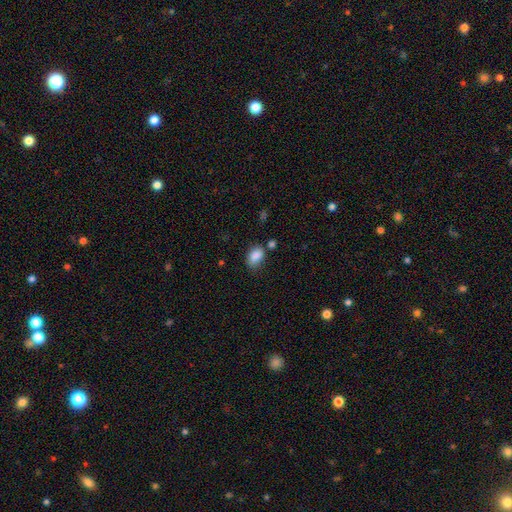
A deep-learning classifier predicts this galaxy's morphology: This appears to be a smooth galaxy with no disk features (86%) that is in between round and cigar-shaped (82%). Merging: none (61%).